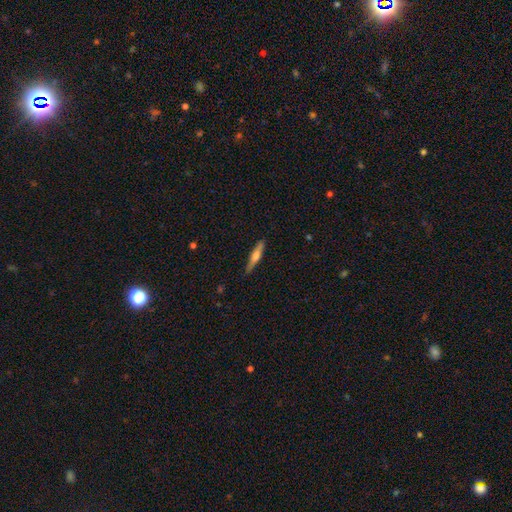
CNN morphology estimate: smooth-or-featured: featured or disk: 48% | smooth: 46% | star or artifact: 6%
  merging: none: 84% | minor disturbance: 12% | major disturbance: 2% | merger: 1%